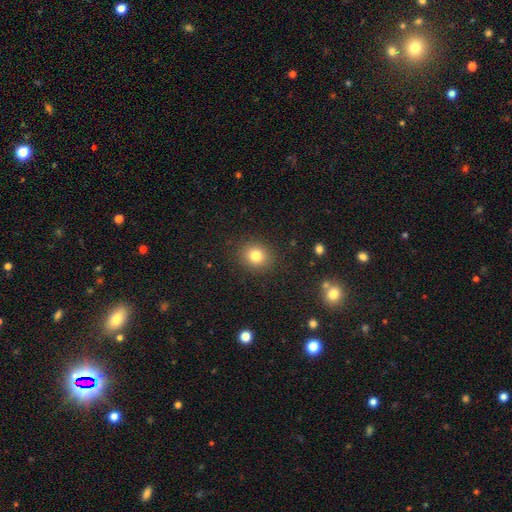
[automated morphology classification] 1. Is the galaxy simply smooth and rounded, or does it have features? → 80% smooth, 12% star or artifact, 7% featured or disk.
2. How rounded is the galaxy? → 76% round, 23% in between, 1% cigar-shaped.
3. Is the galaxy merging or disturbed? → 89% none, 7% minor disturbance, 3% major disturbance, 1% merger.